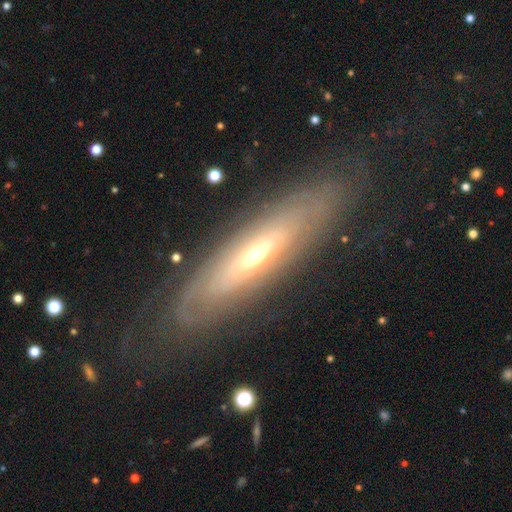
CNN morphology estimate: The model was most divided on "edge-on disk": no: 55%, yes: 45%. More confident: merging — none (76%); smooth or featured — featured or disk (71%).